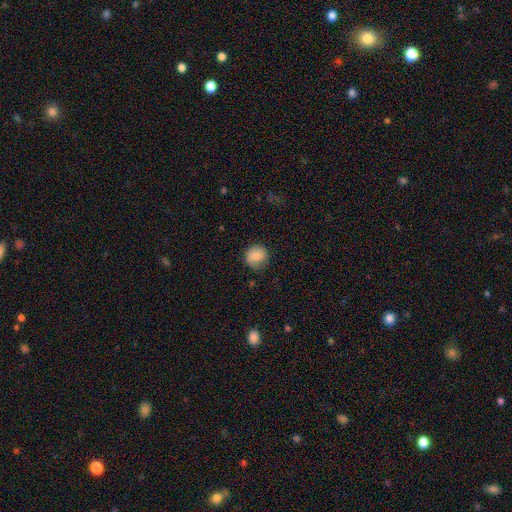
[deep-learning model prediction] Smooth or featured? Predicted: smooth (p=0.84). How rounded? Predicted: round (p=0.87). Merging? Predicted: none (p=0.76).